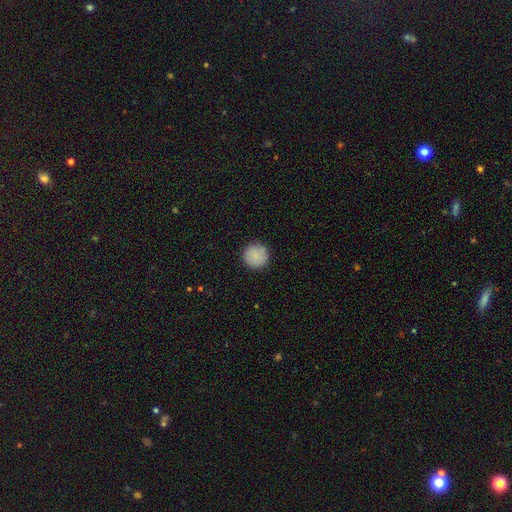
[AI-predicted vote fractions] smooth 89%, star or artifact 7%, featured or disk 4%. Down the decision tree: how rounded — round (96%); merging — none (92%).